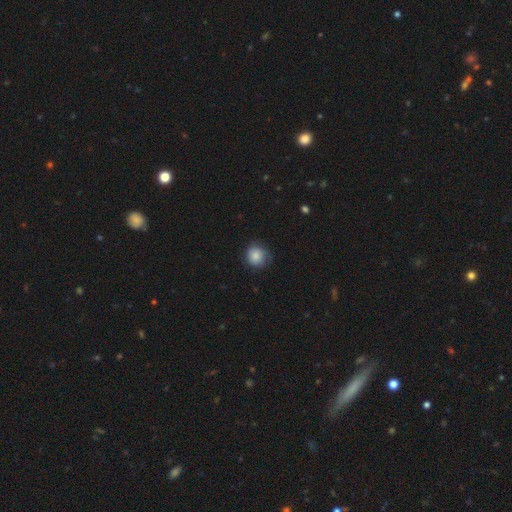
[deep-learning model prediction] This is clearly a smooth galaxy (82%). How rounded: clearly round (87%). Merging: likely none (71%).